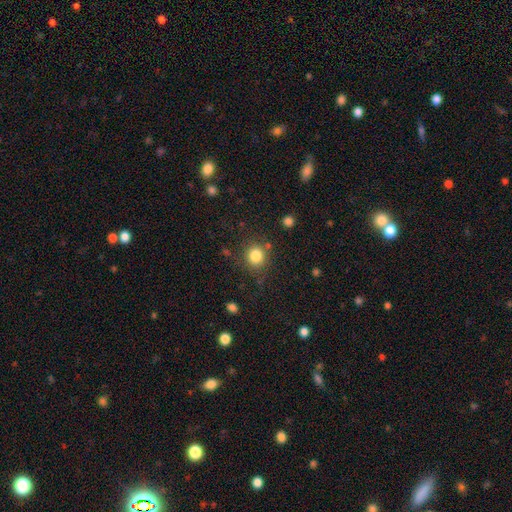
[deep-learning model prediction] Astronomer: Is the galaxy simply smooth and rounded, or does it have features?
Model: smooth — 82%.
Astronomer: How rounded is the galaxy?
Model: round — 87%.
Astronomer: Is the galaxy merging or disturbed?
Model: none — 79%.